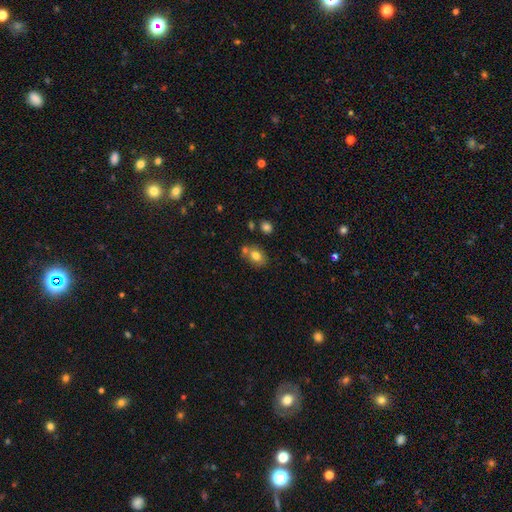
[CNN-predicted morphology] Smooth or featured: smooth — 78% (featured or disk — 12%)
How rounded: in between — 64% (round — 35%)
Merging: none — 65% (merger — 18%)